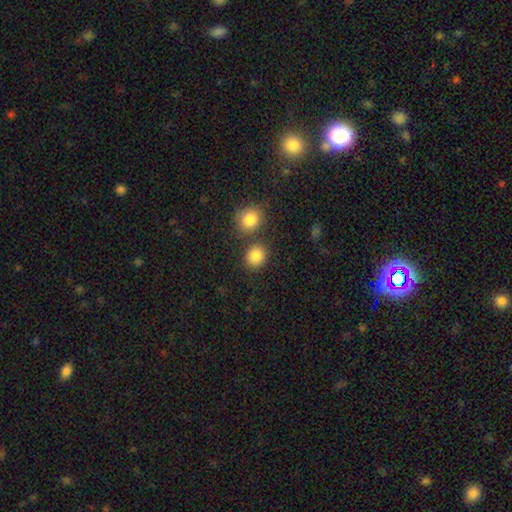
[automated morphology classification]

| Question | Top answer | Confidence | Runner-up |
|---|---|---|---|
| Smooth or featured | smooth | 86% | star or artifact (10%) |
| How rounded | round | 76% | in between (23%) |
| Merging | none | 73% | merger (15%) |